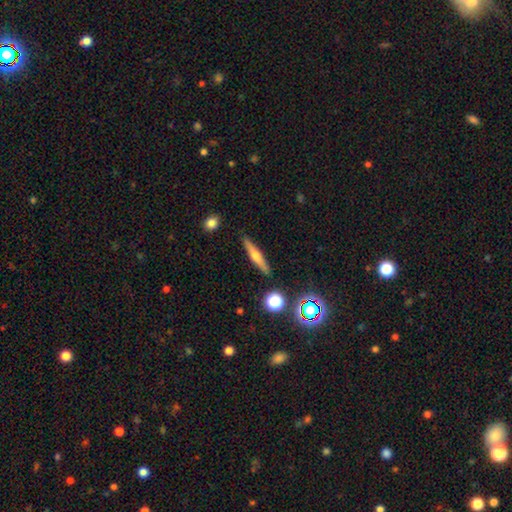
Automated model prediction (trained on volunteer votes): Smooth or featured? Predicted: featured or disk (p=0.54). Edge-on disk? Predicted: yes (p=0.95). Edge-on bulge? Predicted: rounded (p=0.86). Merging? Predicted: none (p=0.89).